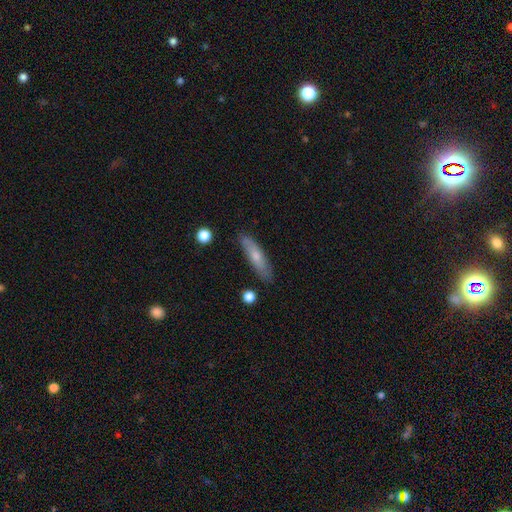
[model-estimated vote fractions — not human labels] smooth_or_featured: smooth (p=0.64) [alt: featured or disk p=0.29]
how_rounded: cigar-shaped (p=0.71) [alt: in between p=0.27]
merging: none (p=0.81) [alt: minor disturbance p=0.14]